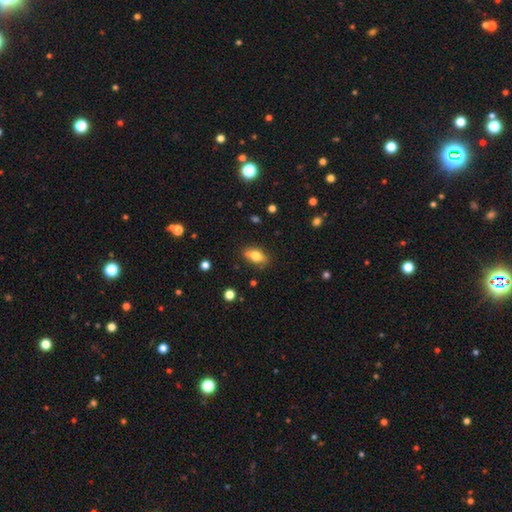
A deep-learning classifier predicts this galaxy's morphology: Smooth or featured? smooth (72%)
How rounded? in between (83%)
Merging? none (80%)